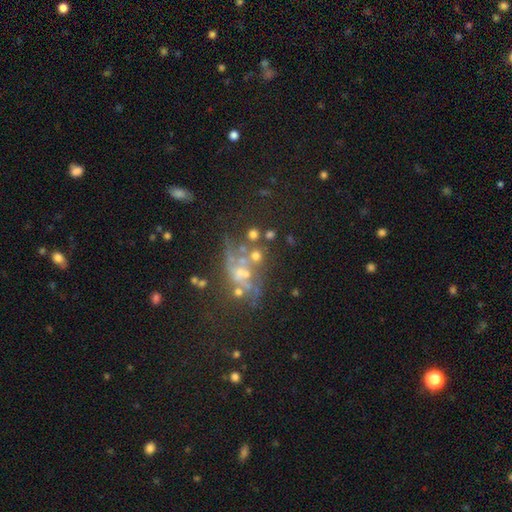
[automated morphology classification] Smooth or featured: featured or disk — 45% (smooth — 29%)
Merging: none — 42% (merger — 22%)